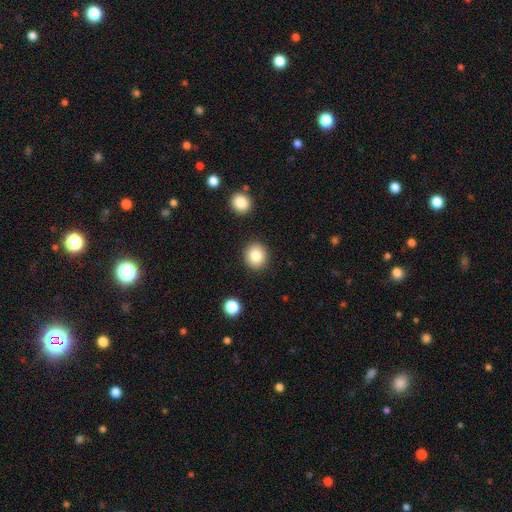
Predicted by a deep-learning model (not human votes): This appears to be a smooth galaxy with no disk features (83%) that is round (86%). Merging: none (89%).